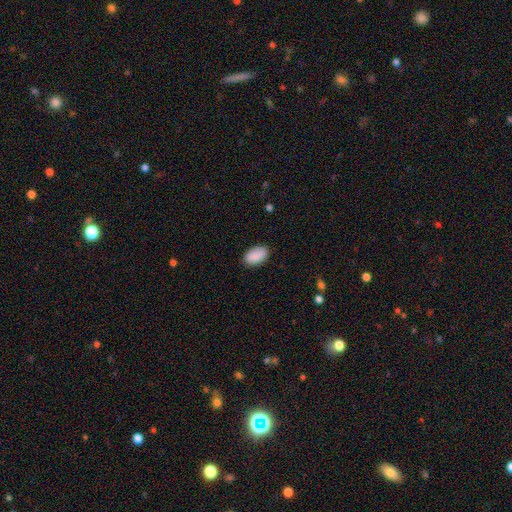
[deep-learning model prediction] Morphology: type=smooth (90%); roundness=in between (94%); merging=none (86%).